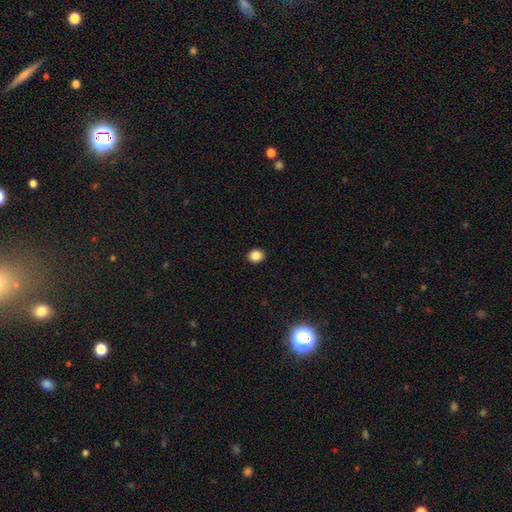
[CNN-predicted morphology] A smooth galaxy with no disk features (86%) that is round (72%). Merging: none (92%).